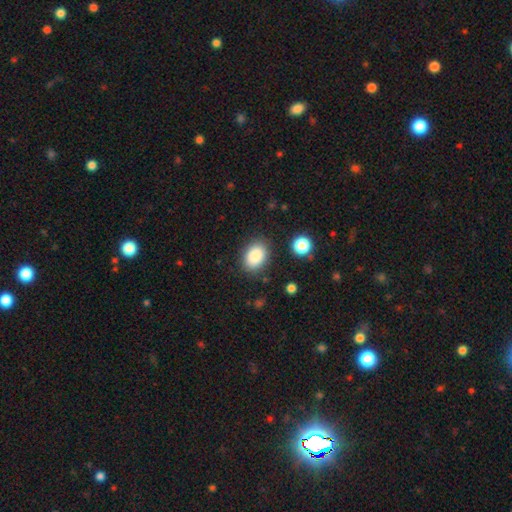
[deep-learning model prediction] A smooth galaxy with no disk features (87%) that is in between round and cigar-shaped (77%). Merging: none (84%).